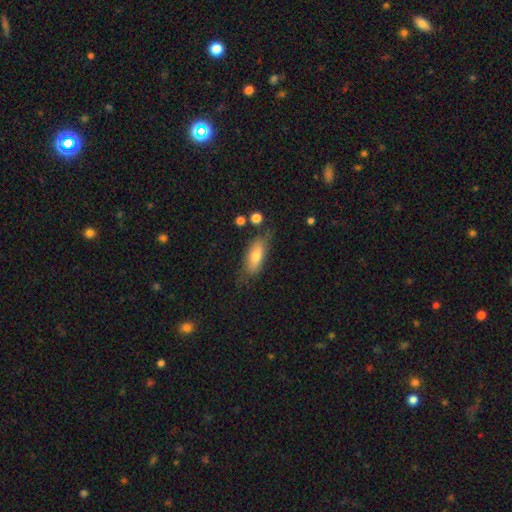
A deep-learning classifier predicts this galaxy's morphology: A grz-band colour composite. It shows a smooth galaxy with no disk features (69%) that is in between round and cigar-shaped (69%). Merging: none (65%).